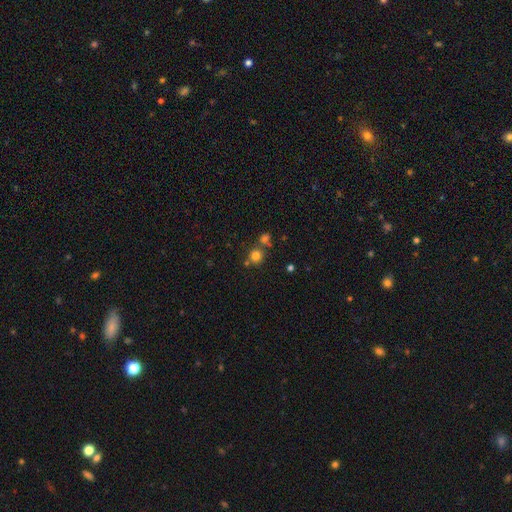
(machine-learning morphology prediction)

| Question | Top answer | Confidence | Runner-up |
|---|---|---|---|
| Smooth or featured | smooth | 76% | star or artifact (17%) |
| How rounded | round | 90% | in between (9%) |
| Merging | none | 67% | merger (21%) |